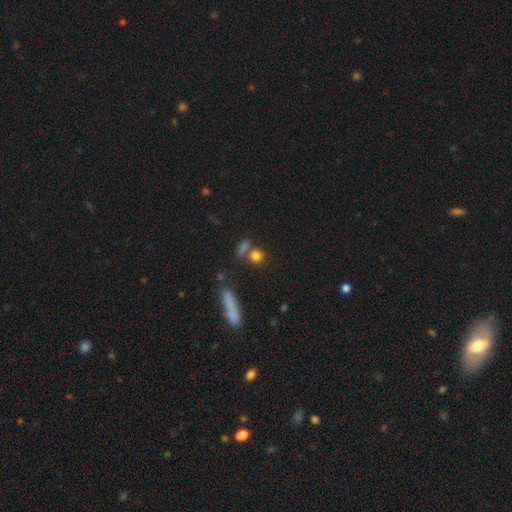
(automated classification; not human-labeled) Smooth or featured? Predicted: smooth (p=0.79). How rounded? Predicted: round (p=0.75). Merging? Predicted: none (p=0.66).